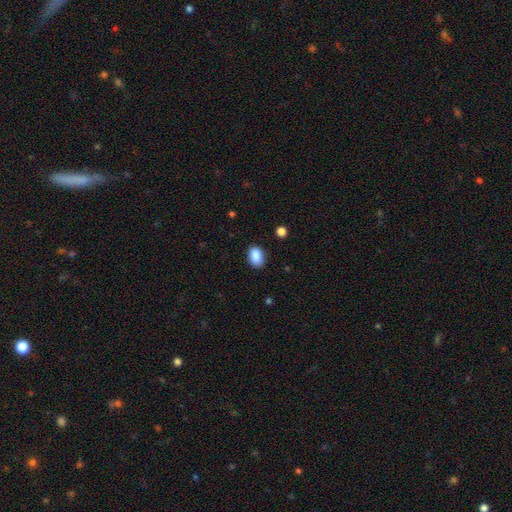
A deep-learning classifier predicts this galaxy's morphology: This appears to be a smooth galaxy with no disk features (89%) that is in between round and cigar-shaped (86%). Merging: none (84%).